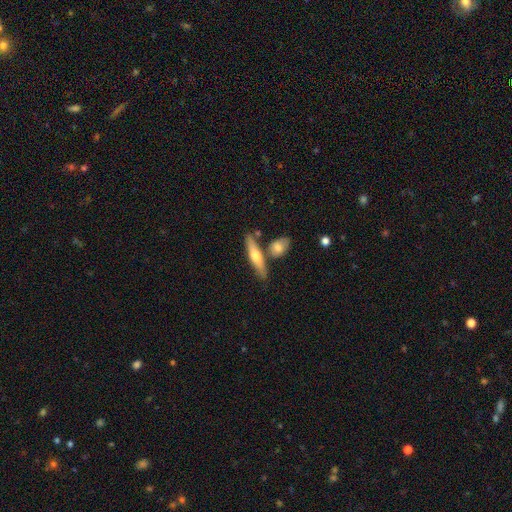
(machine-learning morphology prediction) type=featured or disk (48%); merging=none (68%).